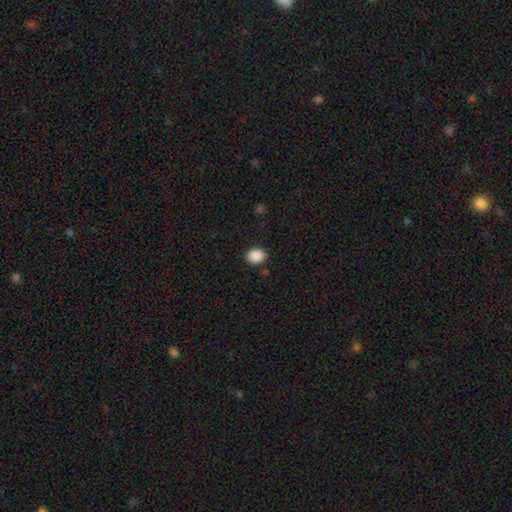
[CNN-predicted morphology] This is clearly a smooth galaxy (88%). How rounded: possibly in between (50%, tied with round). Merging: clearly none (88%).